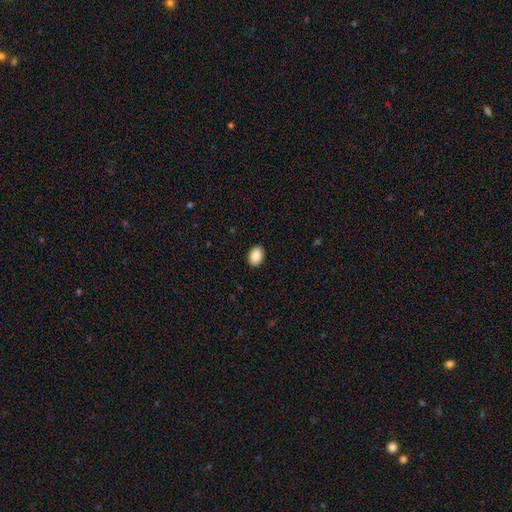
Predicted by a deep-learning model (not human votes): Morphology: type=smooth (90%); roundness=in between (83%); merging=none (90%).